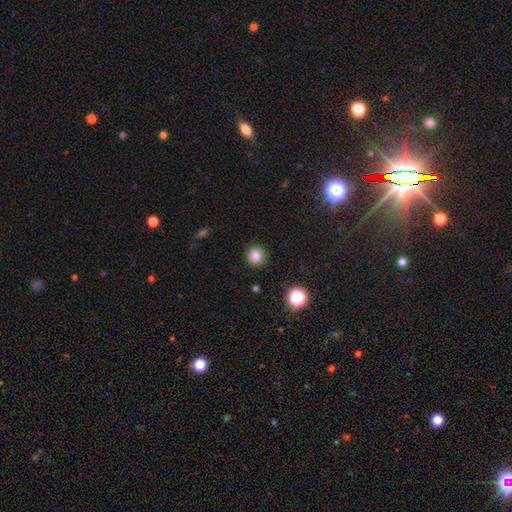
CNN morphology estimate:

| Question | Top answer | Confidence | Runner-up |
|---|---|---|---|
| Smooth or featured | smooth | 82% | star or artifact (13%) |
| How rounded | round | 88% | in between (11%) |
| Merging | none | 89% | minor disturbance (7%) |